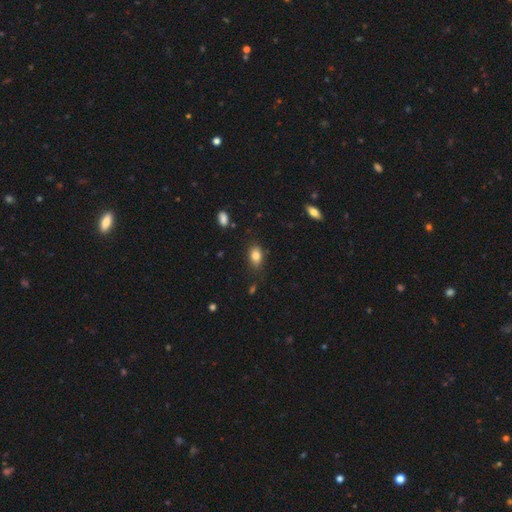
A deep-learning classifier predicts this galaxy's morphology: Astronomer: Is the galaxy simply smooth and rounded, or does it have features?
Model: smooth — 83%.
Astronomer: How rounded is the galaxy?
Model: in between — 84%.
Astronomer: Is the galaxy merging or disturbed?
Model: none — 78%.